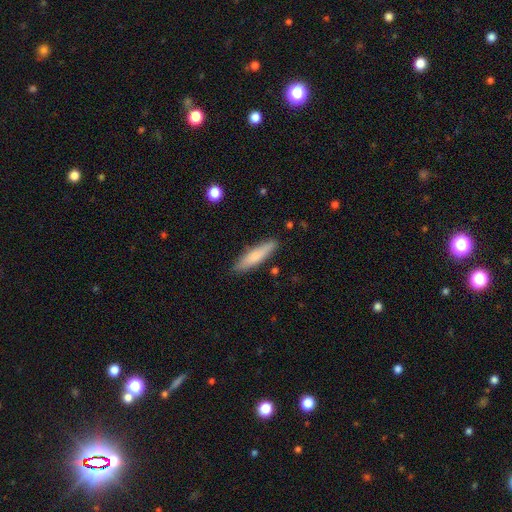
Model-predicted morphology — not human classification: smooth 77%, featured or disk 17%, star or artifact 6%. Down the decision tree: how rounded — cigar-shaped (79%); merging — none (85%).